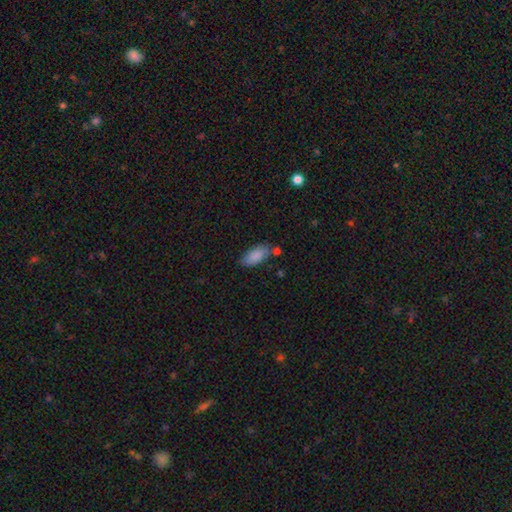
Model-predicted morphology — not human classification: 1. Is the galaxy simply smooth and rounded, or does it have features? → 87% smooth, 7% star or artifact, 6% featured or disk.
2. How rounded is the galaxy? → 91% in between, 7% cigar-shaped, 2% round.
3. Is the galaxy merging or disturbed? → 68% none, 18% minor disturbance, 9% merger, 4% major disturbance.